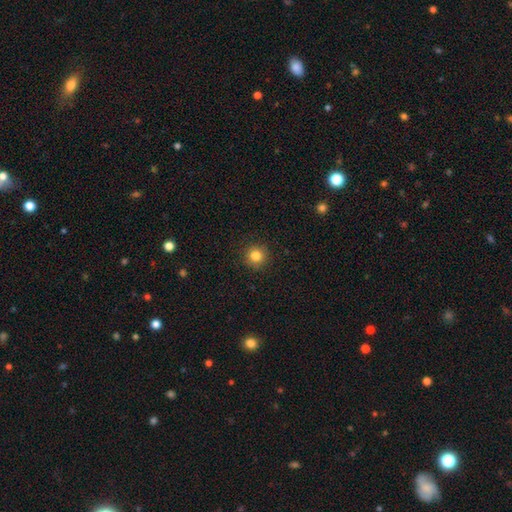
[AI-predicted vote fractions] Q: Smooth or featured?
A: smooth (83%); runner-up: star or artifact (12%)
Q: How rounded?
A: round (95%); runner-up: in between (4%)
Q: Merging?
A: none (91%); runner-up: minor disturbance (6%)